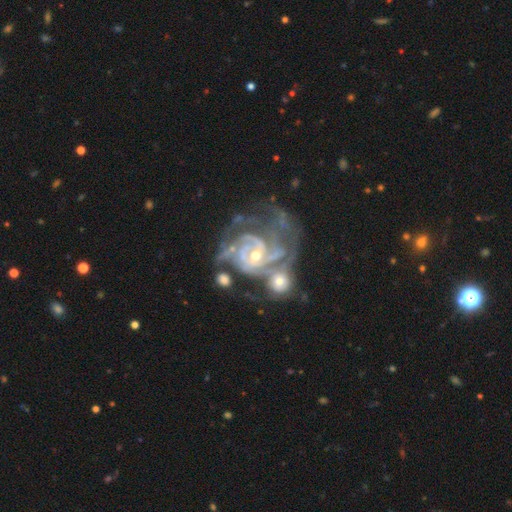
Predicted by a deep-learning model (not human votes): The model was most divided on "spiral arm count": 3: 31%, 2: 27%, can't tell: 22%, 4: 10%, 1: 6%, more than 4: 5%. Remaining: edge-on disk — no (98%); spiral arms — yes (97%); smooth or featured — featured or disk (91%); spiral winding — tight (62%); bar — no (58%); bulge size — small (54%); merging — merger (38%).